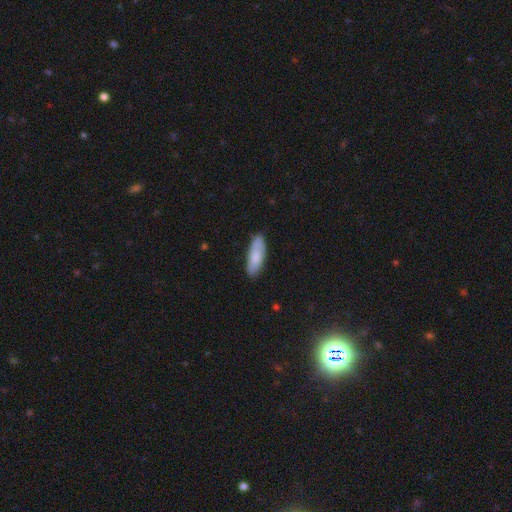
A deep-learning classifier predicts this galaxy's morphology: A smooth galaxy with no disk features (79%) that is in between round and cigar-shaped (63%).

Vote fractions:
- Smooth or featured? smooth: 79% / featured or disk: 16% / star or artifact: 6%
- How rounded? in between: 63% / cigar-shaped: 35% / round: 2%
- Merging? none: 82% / minor disturbance: 15% / major disturbance: 2% / merger: 1%